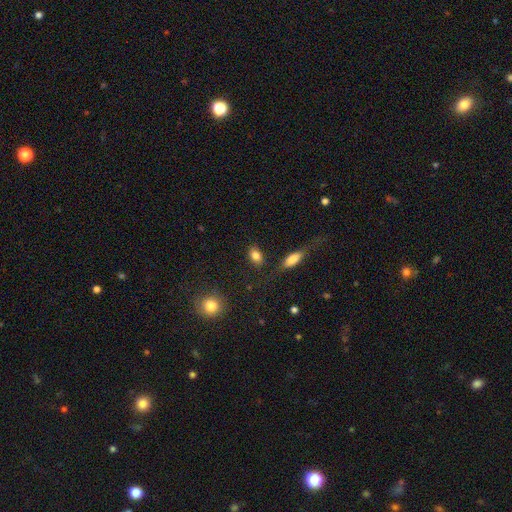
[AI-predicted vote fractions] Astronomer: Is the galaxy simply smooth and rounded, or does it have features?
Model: smooth — 83%.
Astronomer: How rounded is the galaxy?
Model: in between — 81%.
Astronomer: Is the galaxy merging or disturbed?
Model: none — 81%.